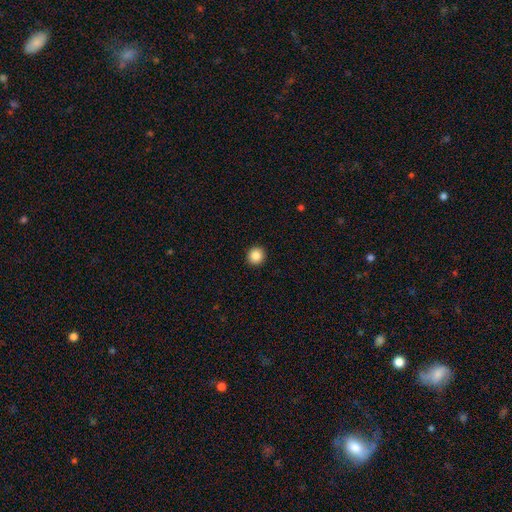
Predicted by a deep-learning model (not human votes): The model was most divided on "smooth or featured": smooth: 87%, star or artifact: 9%, featured or disk: 4%. More confident: merging — none (94%); how rounded — round (94%).